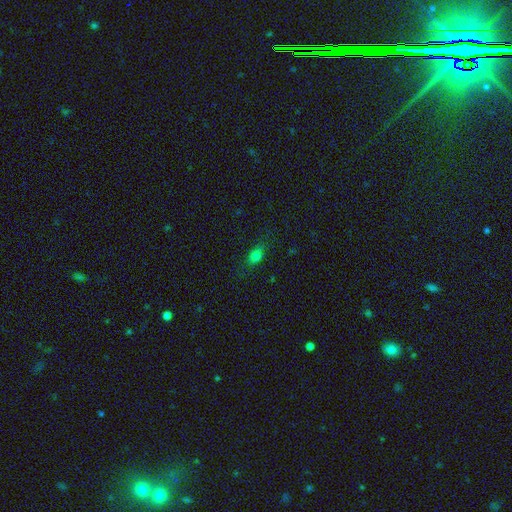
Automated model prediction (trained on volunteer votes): The model was most divided on "how rounded": in between: 69%, round: 25%, cigar-shaped: 6%. More confident: merging — none (79%); smooth or featured — smooth (77%).